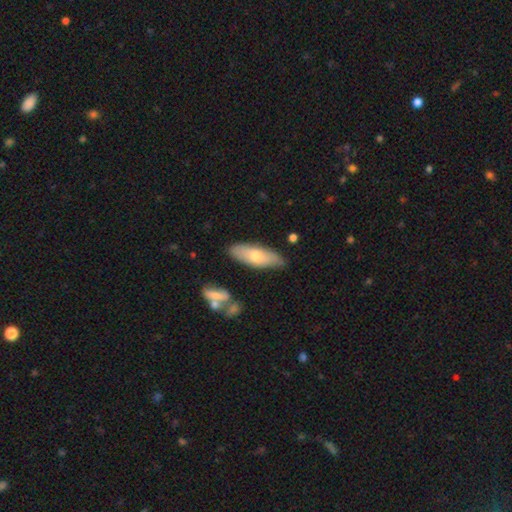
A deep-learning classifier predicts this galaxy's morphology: Smooth or featured: smooth — 64% (featured or disk — 30%)
How rounded: in between — 64% (cigar-shaped — 33%)
Merging: none — 77% (minor disturbance — 17%)